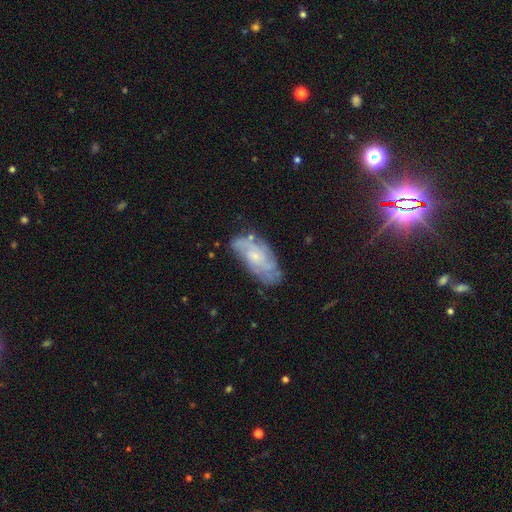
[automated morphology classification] Smooth or featured? featured or disk (70%)
Edge-on disk? no (92%)
Bar? no (73%)
Spiral arms? yes (87%)
Spiral winding? tight (51%)
Spiral arm count? can't tell (47%)
Bulge size? small (68%)
Merging? none (69%)